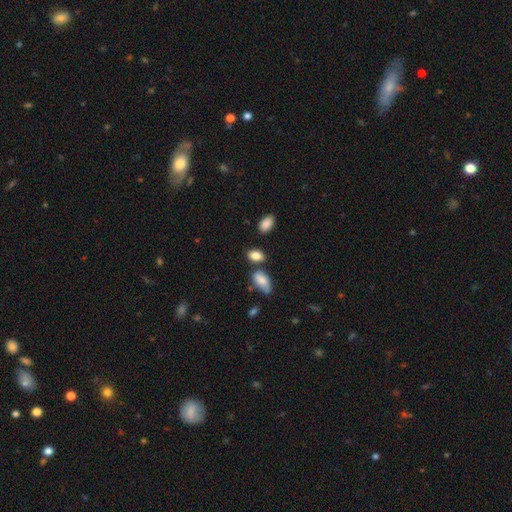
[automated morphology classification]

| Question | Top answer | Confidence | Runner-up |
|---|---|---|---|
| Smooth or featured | smooth | 85% | star or artifact (9%) |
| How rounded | in between | 86% | round (11%) |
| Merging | none | 64% | minor disturbance (18%) |